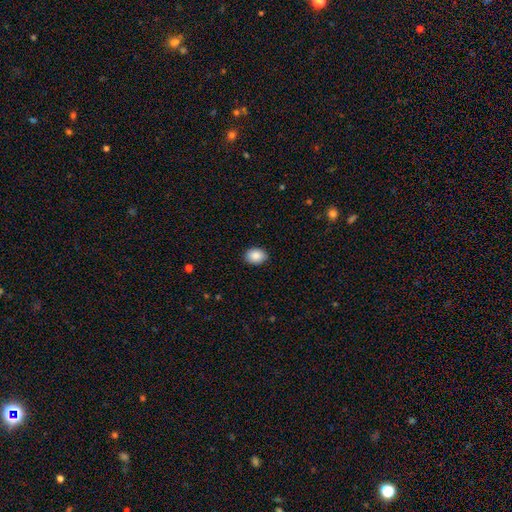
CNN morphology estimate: A smooth galaxy with no disk features (89%) that is in between round and cigar-shaped (71%).

Vote fractions:
- Smooth or featured? smooth: 89% / star or artifact: 7% / featured or disk: 4%
- How rounded? in between: 71% / round: 28% / cigar-shaped: 1%
- Merging? none: 89% / minor disturbance: 8% / major disturbance: 2% / merger: 1%